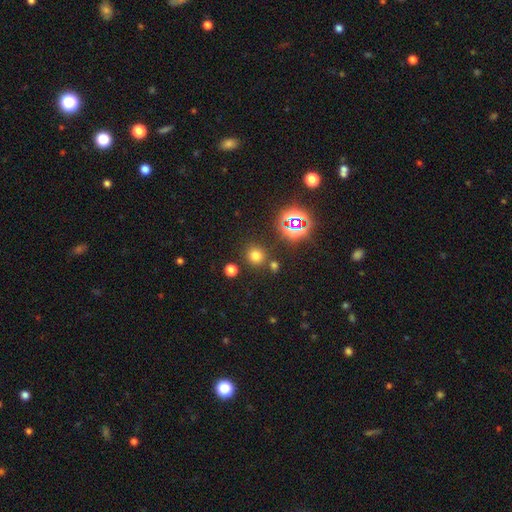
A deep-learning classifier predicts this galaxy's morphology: This is likely a smooth galaxy (68%). How rounded: clearly round (89%). Merging: clearly none (81%).